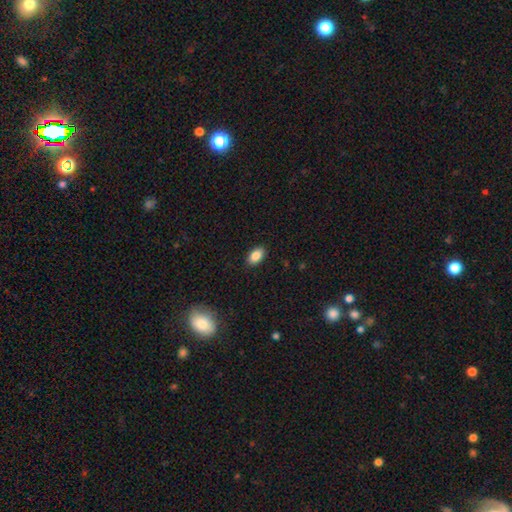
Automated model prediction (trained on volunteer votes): Smooth or featured: smooth — 87% (star or artifact — 8%)
How rounded: in between — 92% (round — 6%)
Merging: none — 89% (minor disturbance — 8%)